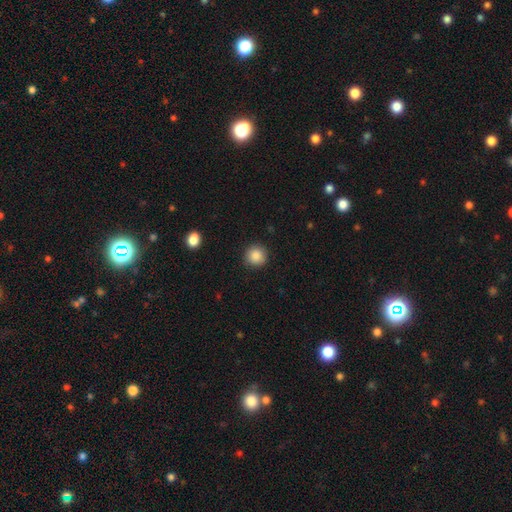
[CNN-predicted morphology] Smooth or featured? smooth (87%)
How rounded? round (94%)
Merging? none (90%)